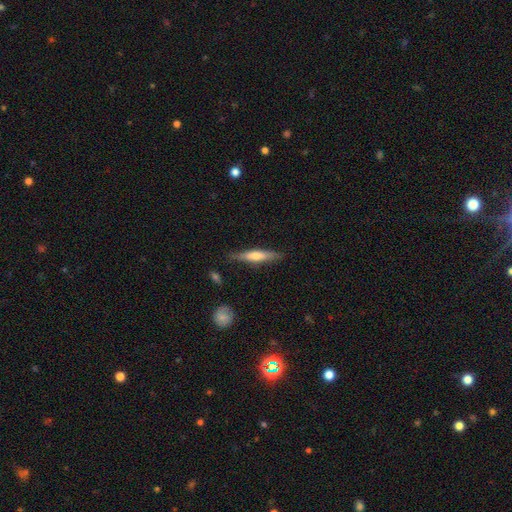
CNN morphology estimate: type=smooth (49%); merging=none (82%).